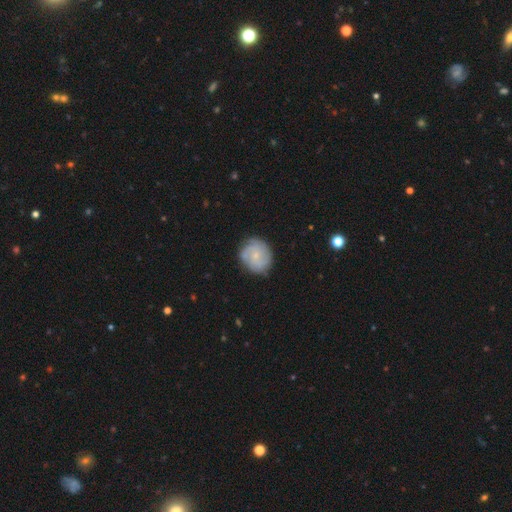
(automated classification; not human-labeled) This appears to be a featured or disk galaxy (63%) with no bar (78%), tight (55%) spiral arms (87%) and a small central bulge (77%). Merging: none (78%).